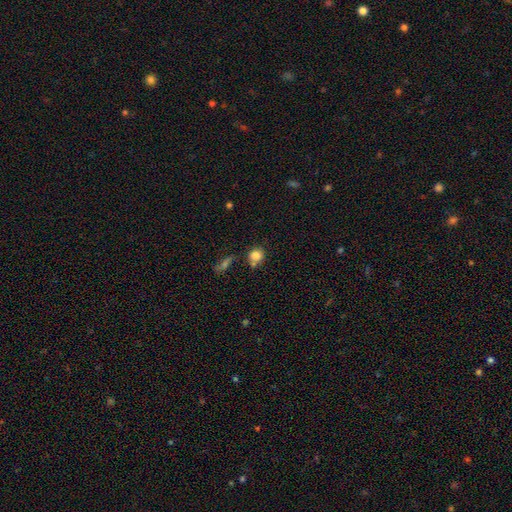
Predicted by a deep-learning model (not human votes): smooth 81%, star or artifact 10%, featured or disk 9%. Down the decision tree: how rounded — round (80%); merging — none (58%).